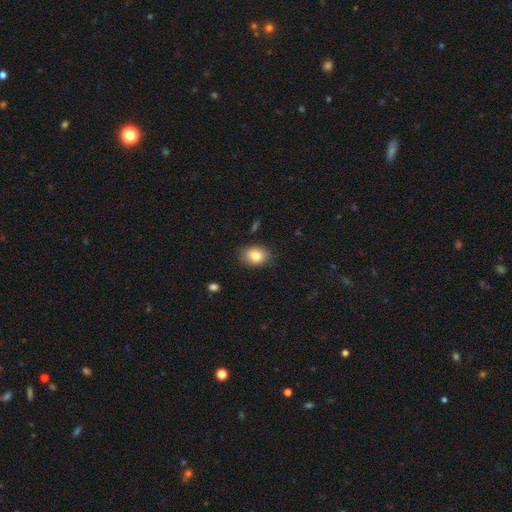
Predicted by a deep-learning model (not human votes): Smooth or featured? smooth (83%)
How rounded? in between (62%)
Merging? none (84%)